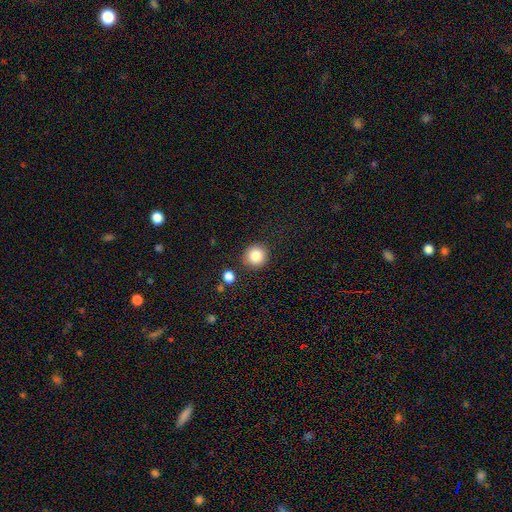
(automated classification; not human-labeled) A smooth galaxy with no disk features (84%) that is round (92%). Merging: none (86%).